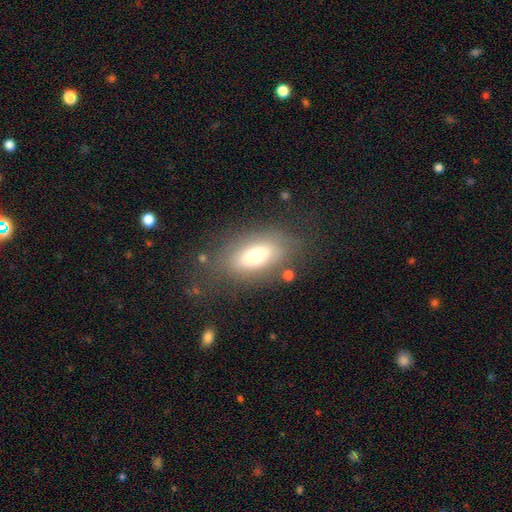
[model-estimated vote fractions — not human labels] Smooth or featured?
  - smooth: 63% *
  - featured or disk: 28%
  - star or artifact: 9%
How rounded?
  - in between: 86% *
  - cigar-shaped: 7%
  - round: 6%
Merging?
  - none: 72% *
  - minor disturbance: 16%
  - major disturbance: 9%
  - merger: 3%